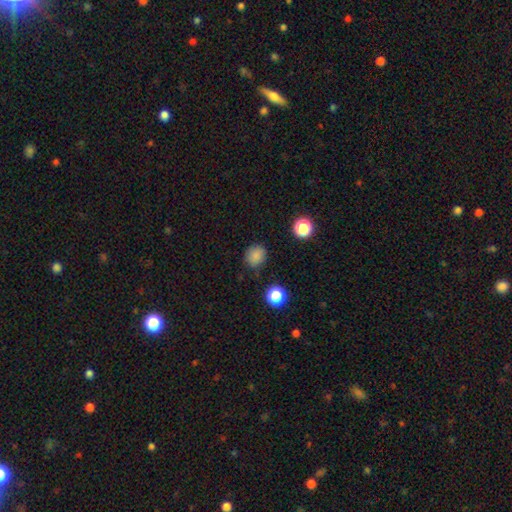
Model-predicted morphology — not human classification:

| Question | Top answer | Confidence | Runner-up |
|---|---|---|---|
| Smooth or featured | smooth | 82% | star or artifact (13%) |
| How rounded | round | 77% | in between (22%) |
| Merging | none | 81% | minor disturbance (13%) |